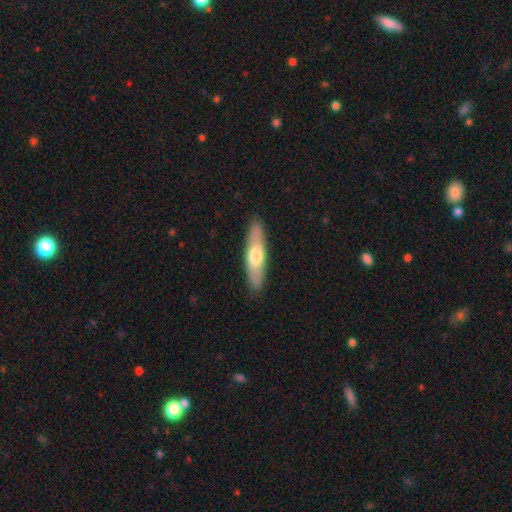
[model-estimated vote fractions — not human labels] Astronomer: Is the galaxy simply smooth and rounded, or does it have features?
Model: smooth — 62%.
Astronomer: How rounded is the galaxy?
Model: cigar-shaped — 62%.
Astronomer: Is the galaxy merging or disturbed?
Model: none — 88%.